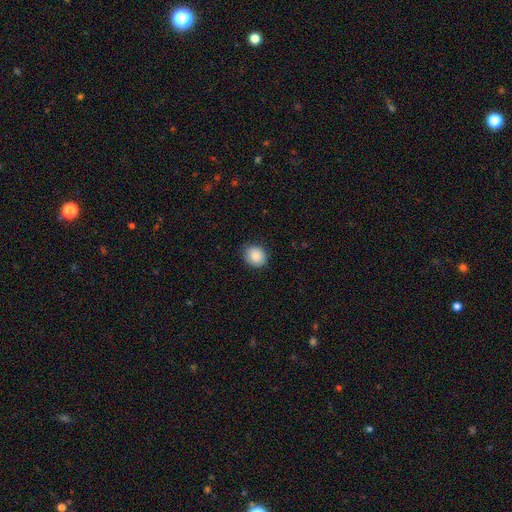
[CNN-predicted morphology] The model was most divided on "how rounded": round: 63%, in between: 36%, cigar-shaped: 1%. More confident: smooth or featured — smooth (86%); merging — none (83%).